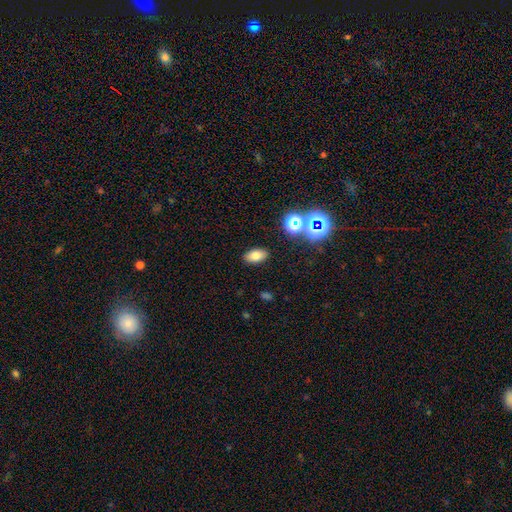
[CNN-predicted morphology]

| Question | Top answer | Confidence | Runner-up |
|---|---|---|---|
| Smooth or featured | smooth | 76% | star or artifact (14%) |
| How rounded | in between | 91% | round (7%) |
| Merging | none | 88% | minor disturbance (8%) |